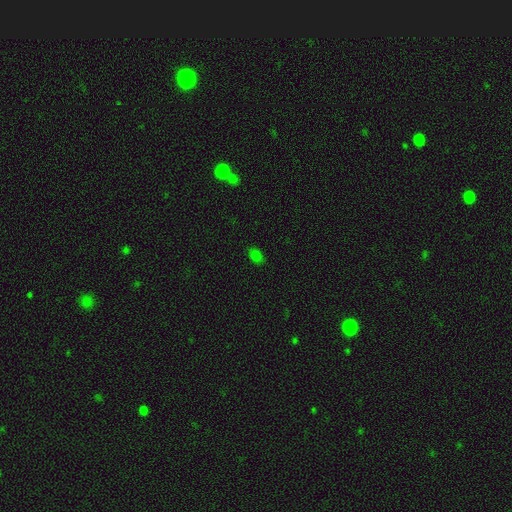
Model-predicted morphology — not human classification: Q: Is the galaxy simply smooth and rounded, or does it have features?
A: smooth — 76%.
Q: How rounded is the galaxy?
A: in between — 72%.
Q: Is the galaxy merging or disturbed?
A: none — 86%.